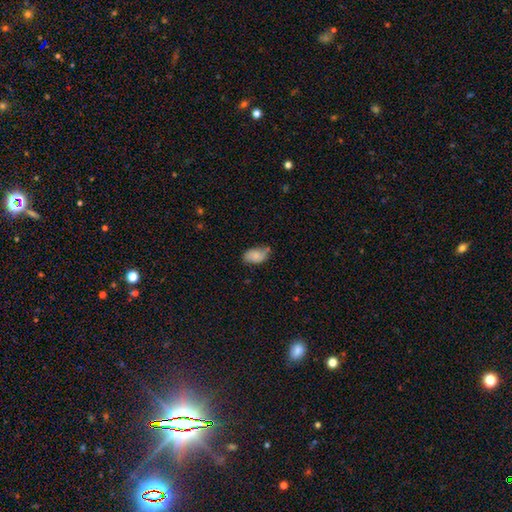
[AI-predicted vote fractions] Overall: smooth (77%). How rounded: in between (92%). Merging: none (51%; minor disturbance 36%).